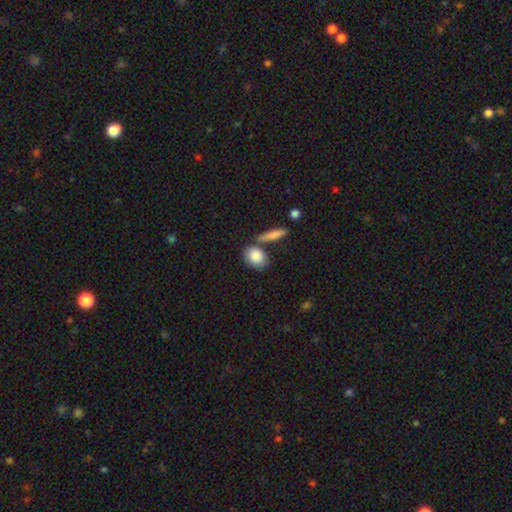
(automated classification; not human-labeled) Smooth or featured?
  - smooth: 86% *
  - featured or disk: 8%
  - star or artifact: 6%
How rounded?
  - in between: 66% *
  - round: 29%
  - cigar-shaped: 5%
Merging?
  - none: 62% *
  - merger: 20%
  - minor disturbance: 14%
  - major disturbance: 5%